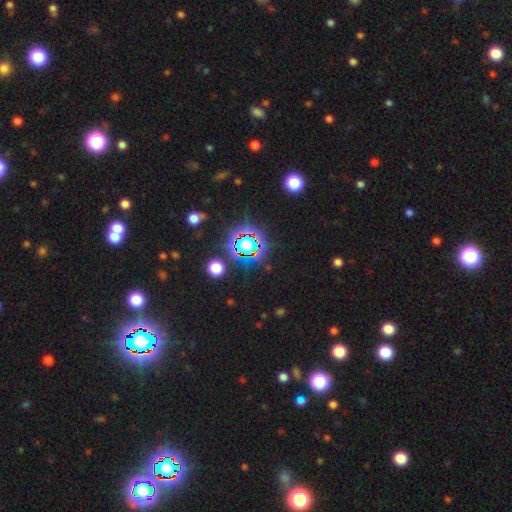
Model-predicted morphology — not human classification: A star or artifact, not a galaxy (79%).

Vote fractions:
- Smooth or featured? star or artifact: 79% / smooth: 14% / featured or disk: 7%